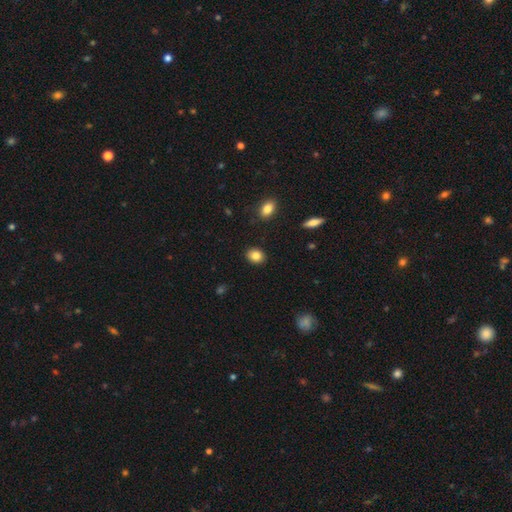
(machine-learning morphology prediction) smooth-or-featured: smooth: 85% | star or artifact: 9% | featured or disk: 7%
  how-rounded: in between: 50% | round: 49% | cigar-shaped: 1%
  merging: none: 89% | minor disturbance: 8% | major disturbance: 2% | merger: 1%